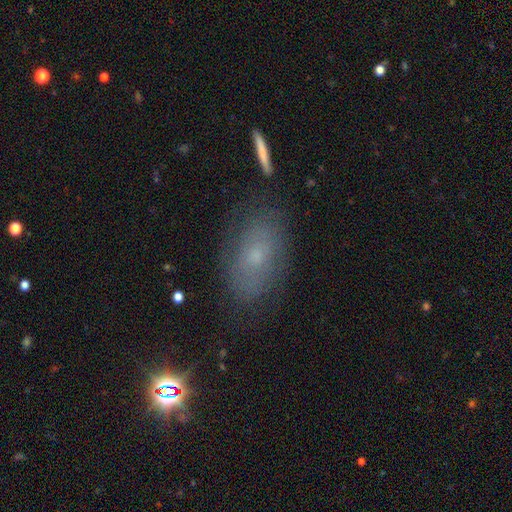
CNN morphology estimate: A smooth galaxy with no disk features (54%) that is in between round and cigar-shaped (88%).

Vote fractions:
- Smooth or featured? smooth: 54% / featured or disk: 31% / star or artifact: 15%
- How rounded? in between: 88% / round: 9% / cigar-shaped: 3%
- Merging? none: 77% / minor disturbance: 15% / major disturbance: 5% / merger: 2%